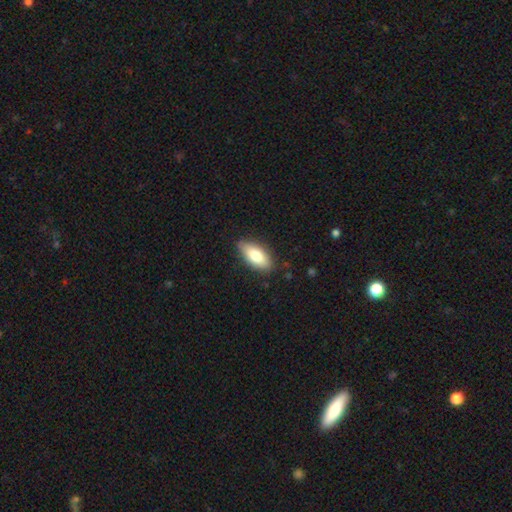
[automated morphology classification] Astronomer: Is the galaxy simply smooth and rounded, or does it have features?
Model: smooth — 79%.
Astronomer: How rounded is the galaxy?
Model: in between — 86%.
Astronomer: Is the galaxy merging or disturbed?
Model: none — 82%.